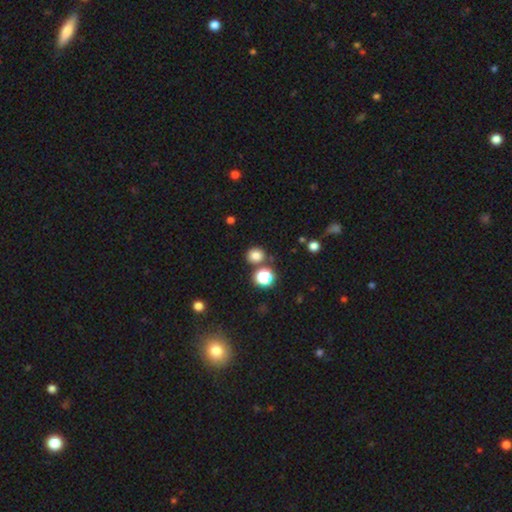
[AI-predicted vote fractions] Smooth or featured? smooth (79%)
How rounded? round (82%)
Merging? none (78%)